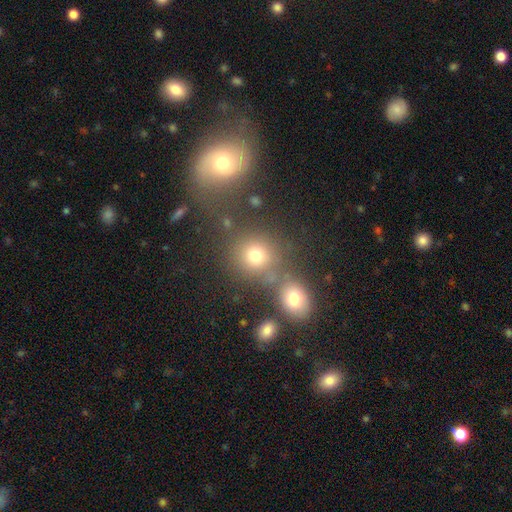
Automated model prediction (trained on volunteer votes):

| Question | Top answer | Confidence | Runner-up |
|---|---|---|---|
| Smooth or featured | smooth | 74% | star or artifact (17%) |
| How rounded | round | 85% | in between (14%) |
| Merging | none | 64% | merger (22%) |